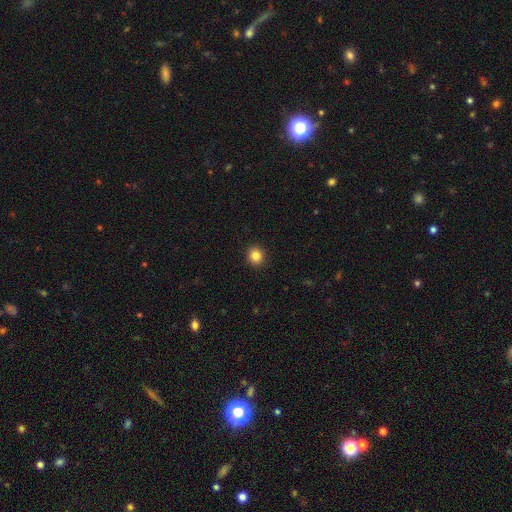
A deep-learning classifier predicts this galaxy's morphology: A smooth galaxy with no disk features (84%) that is round (88%). Merging: none (93%).